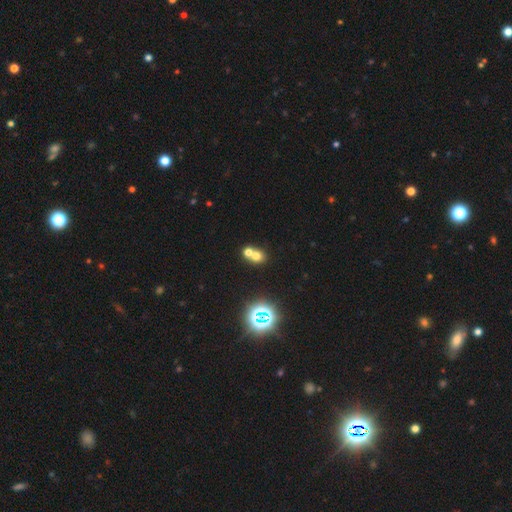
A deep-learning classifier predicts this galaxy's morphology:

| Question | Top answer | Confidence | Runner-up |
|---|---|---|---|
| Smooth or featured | smooth | 63% | star or artifact (21%) |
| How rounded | round | 72% | in between (27%) |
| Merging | merger | 57% | none (35%) |